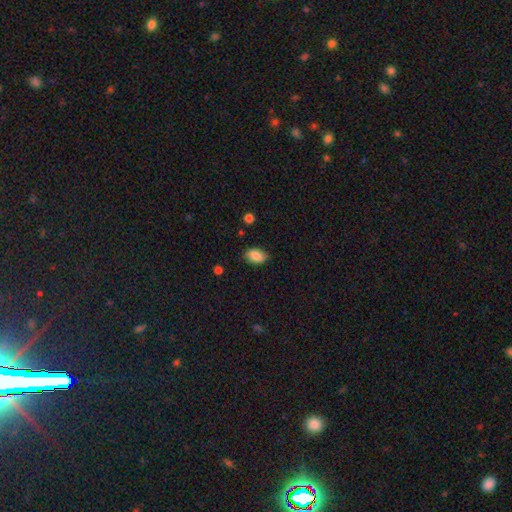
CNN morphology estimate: Smooth or featured? Predicted: smooth (p=0.86). How rounded? Predicted: in between (p=0.89). Merging? Predicted: none (p=0.84).